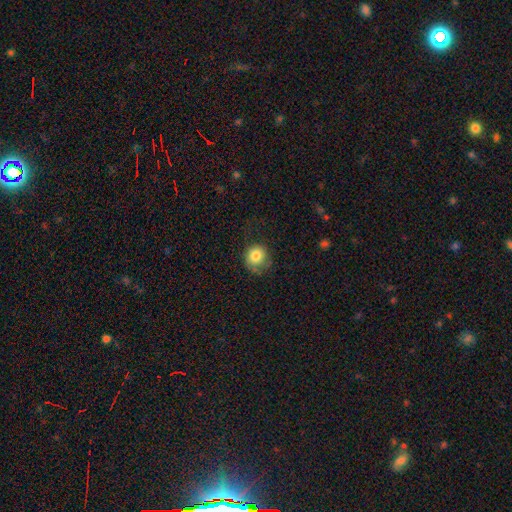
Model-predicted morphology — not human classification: A smooth galaxy with no disk features (82%) that is round (86%). Merging: none (60%).